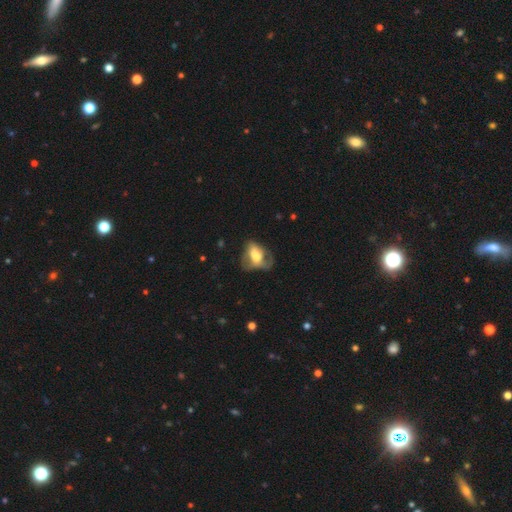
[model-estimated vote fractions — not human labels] Overall: smooth (47%; featured or disk 43%). Merging: major disturbance (40%; none 22%).